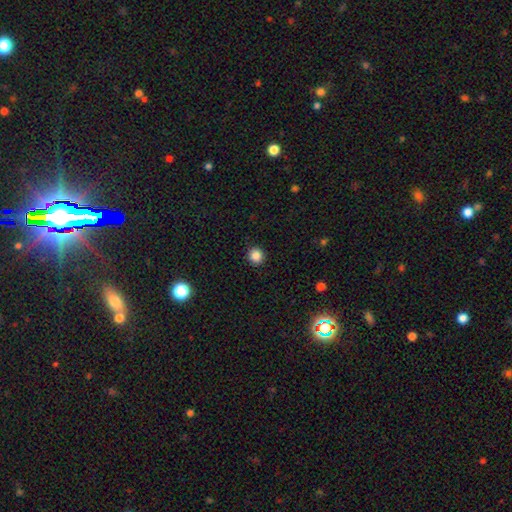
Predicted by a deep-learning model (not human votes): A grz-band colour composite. It shows a smooth galaxy with no disk features (86%) that is round (93%). Merging: none (93%).